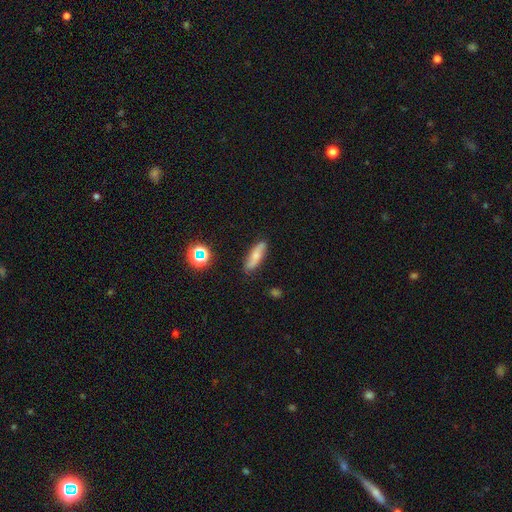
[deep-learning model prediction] Smooth or featured: smooth — 56% (featured or disk — 35%)
How rounded: cigar-shaped — 57% (in between — 40%)
Merging: none — 83% (minor disturbance — 13%)